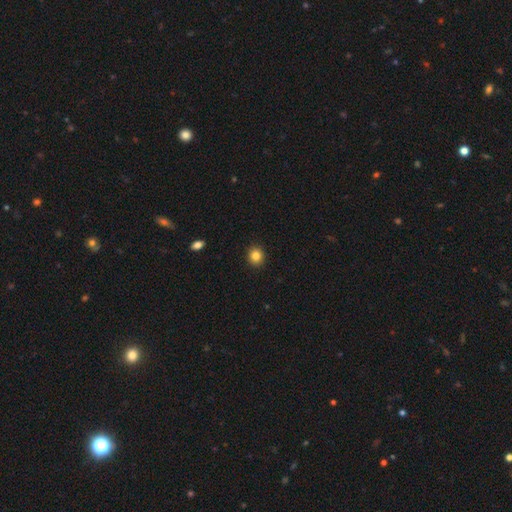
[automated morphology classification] Smooth or featured? smooth (84%)
How rounded? round (79%)
Merging? none (92%)